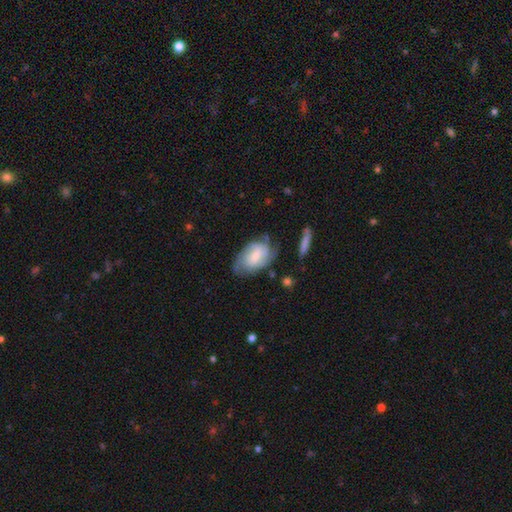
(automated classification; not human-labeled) Q: Smooth or featured?
A: featured or disk (60%); runner-up: smooth (34%)
Q: Edge-on disk?
A: no (95%); runner-up: yes (5%)
Q: Bar?
A: weak (46%); runner-up: no (42%)
Q: Spiral arms?
A: yes (87%); runner-up: no (13%)
Q: Bulge size?
A: small (50%); runner-up: moderate (35%)
Q: Merging?
A: none (59%); runner-up: minor disturbance (26%)